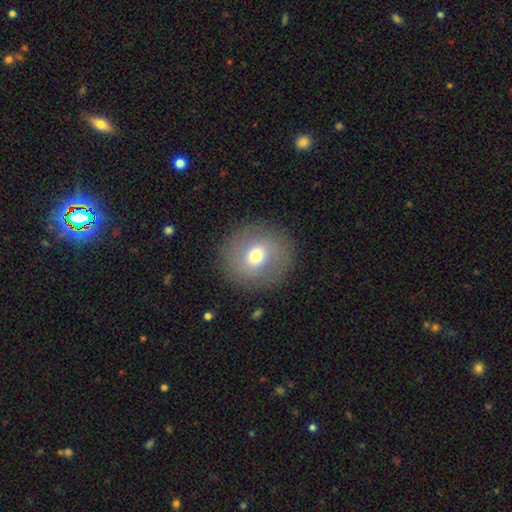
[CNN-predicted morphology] Smooth or featured? smooth (64%)
How rounded? round (85%)
Merging? none (87%)